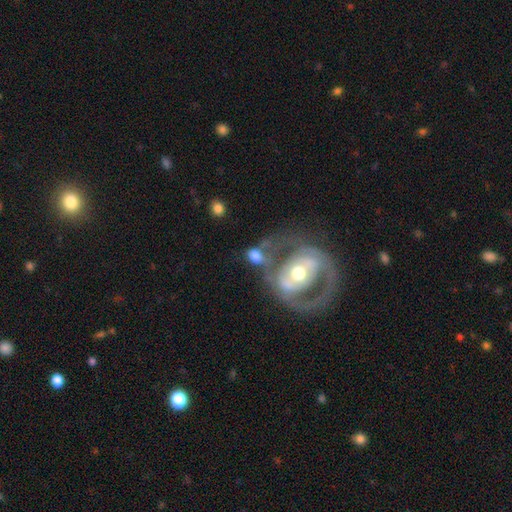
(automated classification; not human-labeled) Overall: smooth (49%; featured or disk 43%). Merging: merger (37%; none 30%).